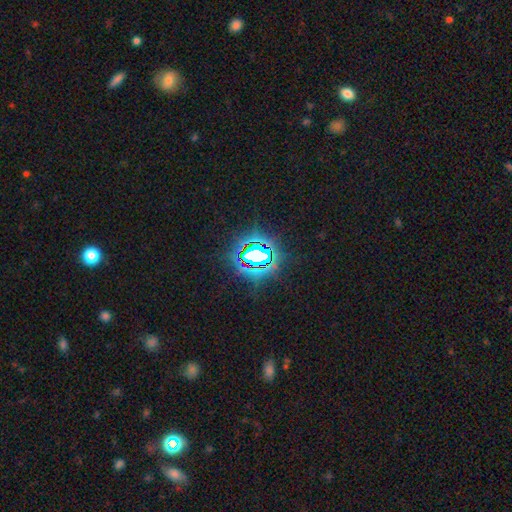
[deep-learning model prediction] A star or artifact, not a galaxy (78%).

Vote fractions:
- Smooth or featured? star or artifact: 78% / smooth: 12% / featured or disk: 10%